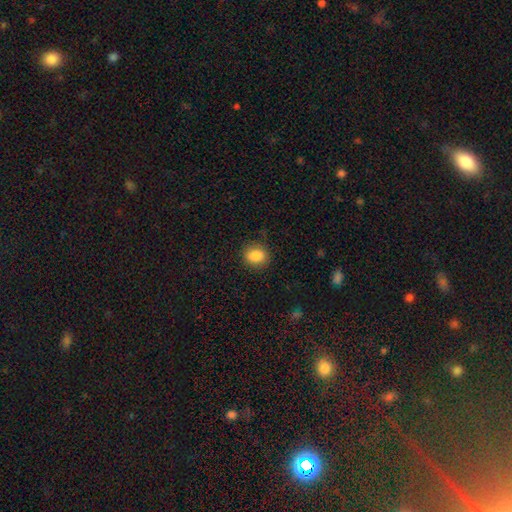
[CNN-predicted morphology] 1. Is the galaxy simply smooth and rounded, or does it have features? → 85% smooth, 9% star or artifact, 6% featured or disk.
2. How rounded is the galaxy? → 57% round, 42% in between, 1% cigar-shaped.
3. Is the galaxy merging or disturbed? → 84% none, 11% minor disturbance, 3% major disturbance, 1% merger.